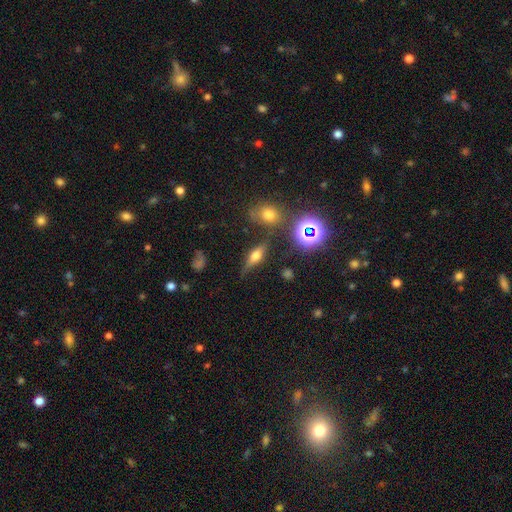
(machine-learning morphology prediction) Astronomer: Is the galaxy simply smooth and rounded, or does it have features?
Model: featured or disk — 47% (runner-up: smooth, 36%).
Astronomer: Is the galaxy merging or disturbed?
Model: none — 71%.